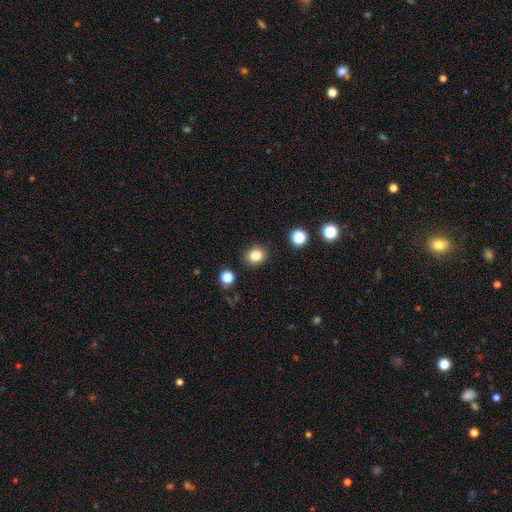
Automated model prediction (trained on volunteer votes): Smooth or featured? smooth (83%)
How rounded? round (67%)
Merging? none (88%)